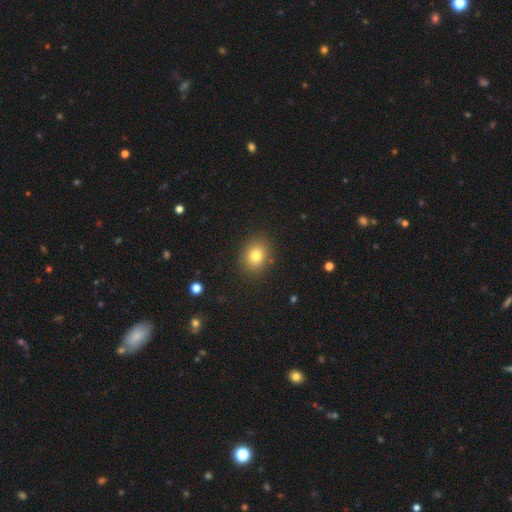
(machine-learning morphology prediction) Smooth or featured?
  - smooth: 80% *
  - star or artifact: 12%
  - featured or disk: 9%
How rounded?
  - round: 57% *
  - in between: 42%
  - cigar-shaped: 1%
Merging?
  - none: 88% *
  - minor disturbance: 8%
  - major disturbance: 3%
  - merger: 1%